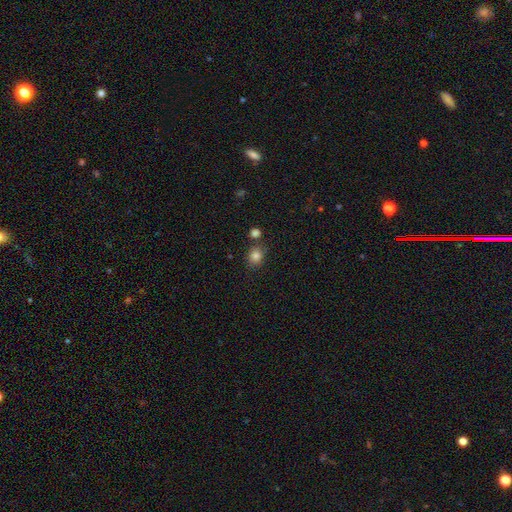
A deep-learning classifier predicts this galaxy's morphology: Overall: smooth (83%). How rounded: round (61%; in between 38%). Merging: none (72%).